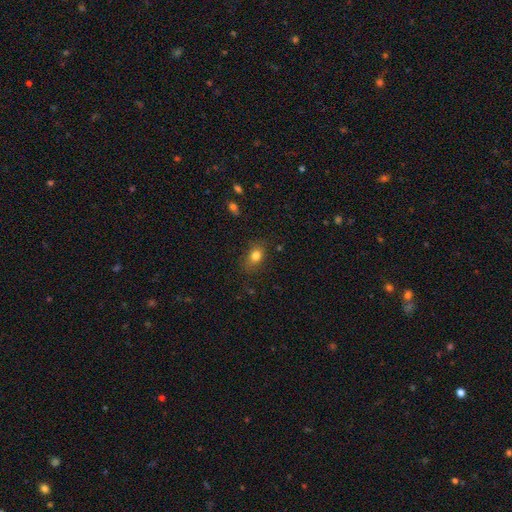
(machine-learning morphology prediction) type=smooth (80%); roundness=in between (72%); merging=none (79%).